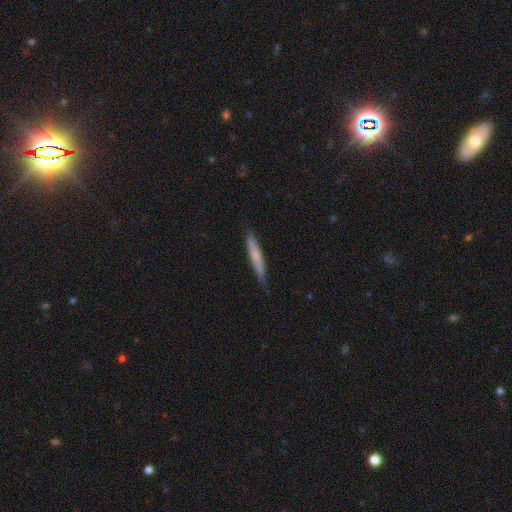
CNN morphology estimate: This appears to be a smooth galaxy with no disk features (61%) that is cigar-shaped (95%). Merging: none (82%).